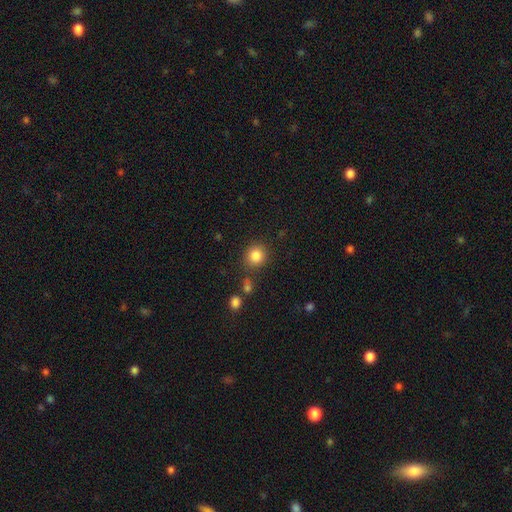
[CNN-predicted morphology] Smooth or featured?
  - smooth: 85% *
  - star or artifact: 10%
  - featured or disk: 5%
How rounded?
  - round: 87% *
  - in between: 12%
  - cigar-shaped: 1%
Merging?
  - none: 82% *
  - minor disturbance: 10%
  - merger: 5%
  - major disturbance: 4%